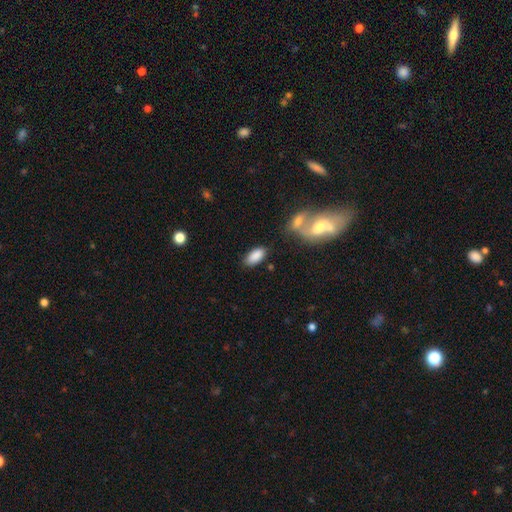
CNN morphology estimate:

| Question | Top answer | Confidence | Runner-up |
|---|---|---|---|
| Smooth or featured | smooth | 87% | star or artifact (7%) |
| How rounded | in between | 92% | cigar-shaped (5%) |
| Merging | none | 75% | minor disturbance (13%) |